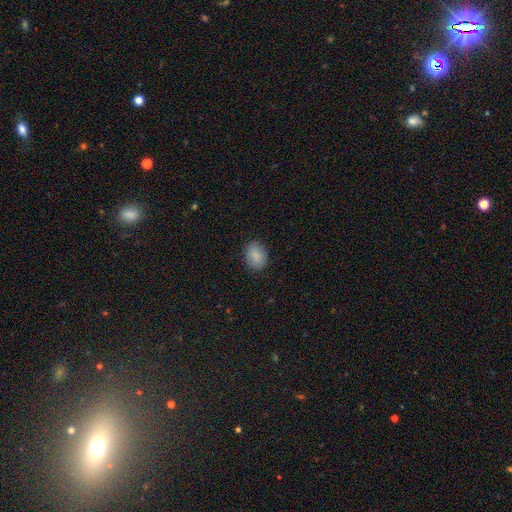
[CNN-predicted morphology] A smooth galaxy with no disk features (88%) that is in between round and cigar-shaped (61%).

Vote fractions:
- Smooth or featured? smooth: 88% / star or artifact: 8% / featured or disk: 5%
- How rounded? in between: 61% / round: 38% / cigar-shaped: 1%
- Merging? none: 87% / minor disturbance: 10% / major disturbance: 3% / merger: 1%